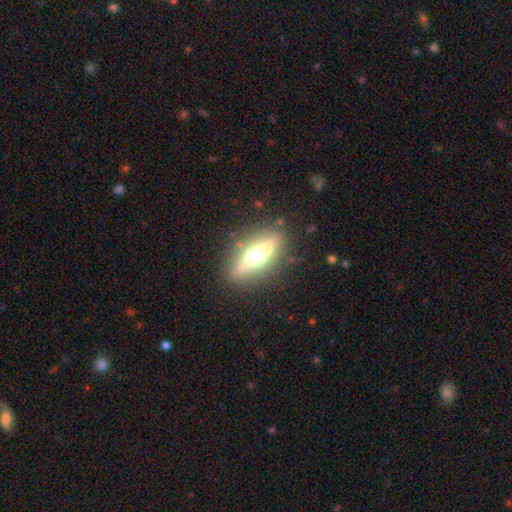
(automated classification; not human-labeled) A featured or disk galaxy (57%) viewed edge-on (79%). Merging: none (81%).